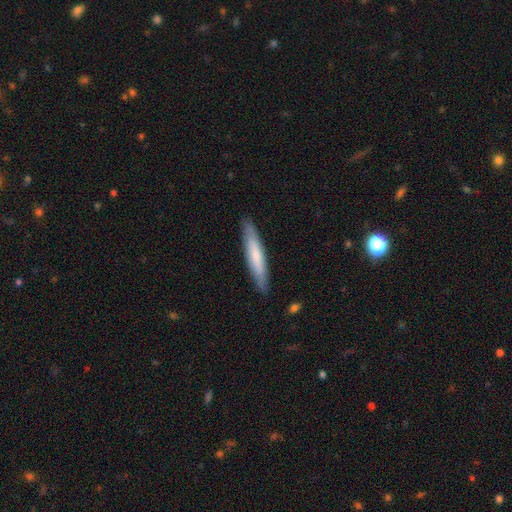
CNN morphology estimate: This is likely a smooth galaxy (65%). How rounded: clearly cigar-shaped (92%). Merging: clearly none (89%).